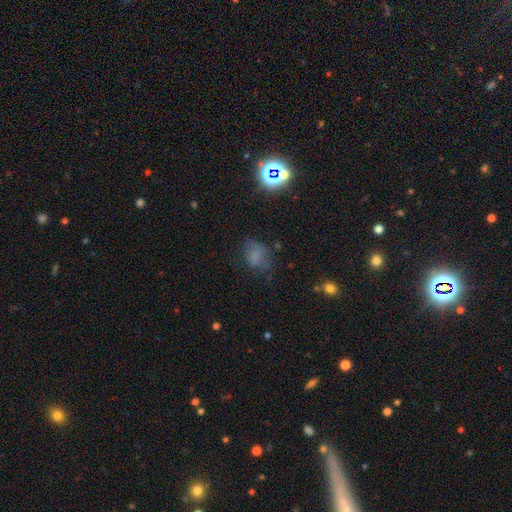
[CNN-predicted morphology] The model was most divided on "merging": none: 55%, minor disturbance: 27%, major disturbance: 16%, merger: 3%. More confident: how rounded — in between (73%); smooth or featured — smooth (66%).